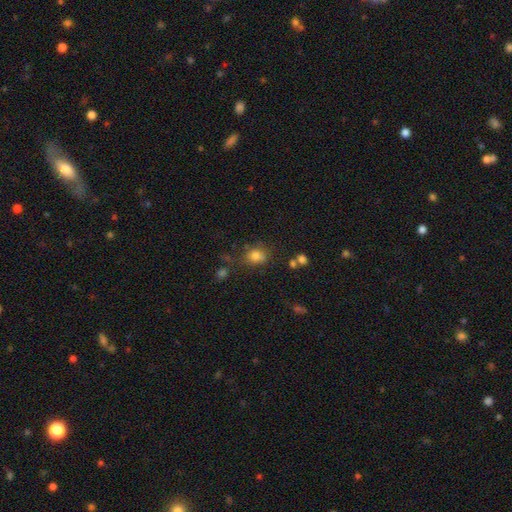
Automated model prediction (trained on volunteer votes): This appears to be a smooth galaxy with no disk features (77%) that is round (52%). Merging: none (64%).